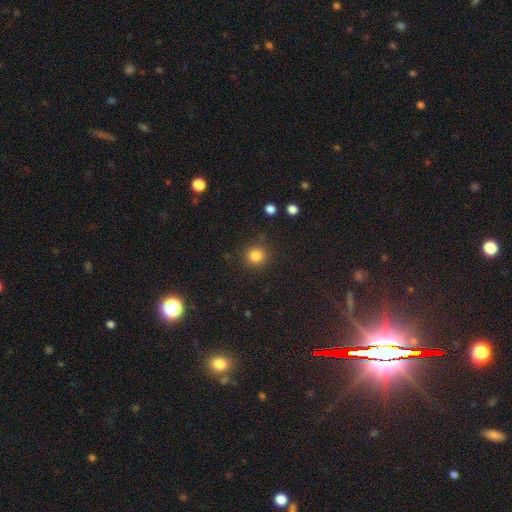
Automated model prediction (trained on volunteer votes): Smooth or featured? smooth (83%)
How rounded? round (93%)
Merging? none (88%)